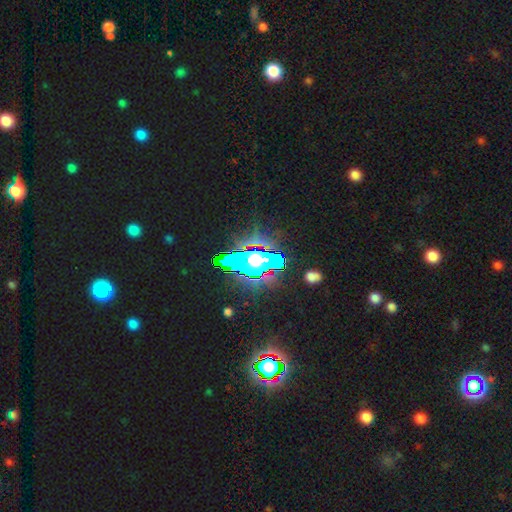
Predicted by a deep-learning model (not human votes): This appears to be a star or artifact, not a galaxy (67%).